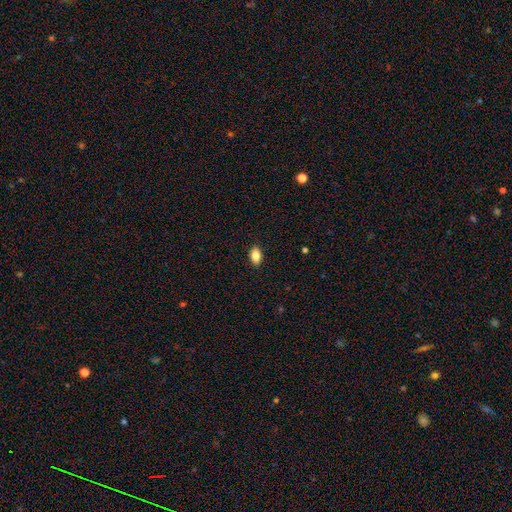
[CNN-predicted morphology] Smooth or featured? Predicted: smooth (p=0.85). How rounded? Predicted: in between (p=0.90). Merging? Predicted: none (p=0.89).